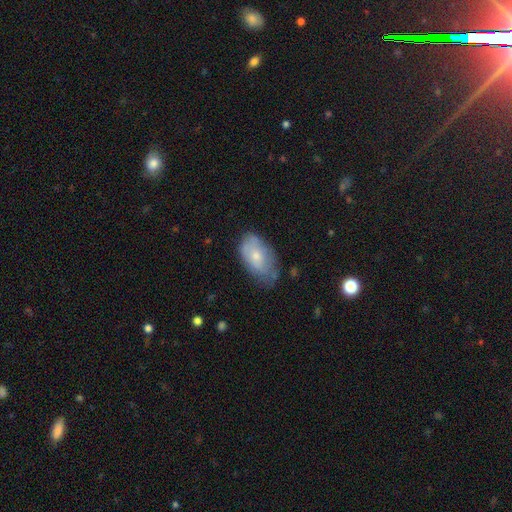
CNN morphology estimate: smooth-or-featured: smooth: 62% | featured or disk: 31% | star or artifact: 7%
  how-rounded: in between: 93% | round: 5% | cigar-shaped: 2%
  merging: none: 54% | minor disturbance: 35% | major disturbance: 9% | merger: 2%